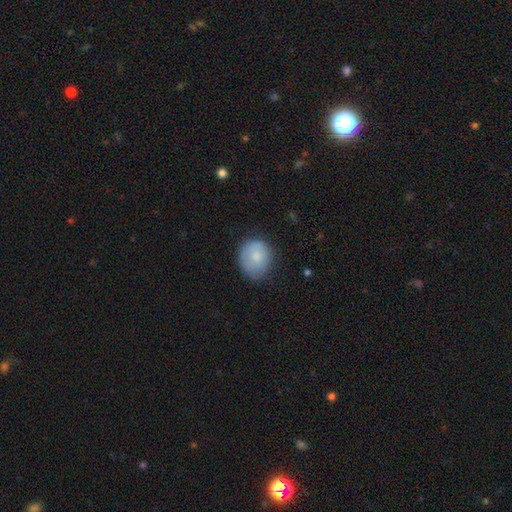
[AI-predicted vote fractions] Smooth or featured? smooth (80%)
How rounded? round (70%)
Merging? none (66%)